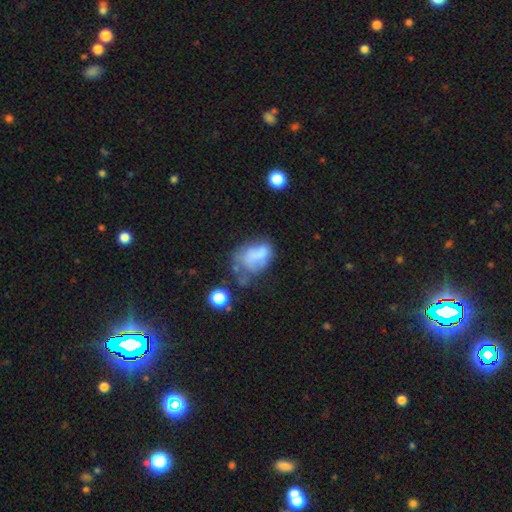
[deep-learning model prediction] Overall: smooth (53%; featured or disk 35%). How rounded: in between (78%). Merging: major disturbance (35%; minor disturbance 27%).